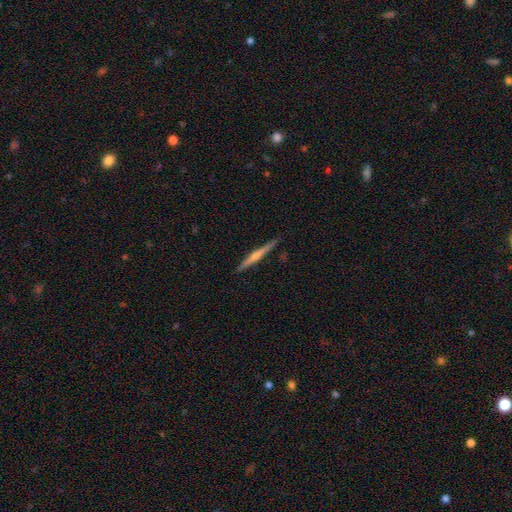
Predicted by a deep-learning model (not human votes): A featured or disk galaxy (77%) viewed edge-on (98%) with a rounded central bulge (80%).

Vote fractions:
- Smooth or featured? featured or disk: 77% / smooth: 18% / star or artifact: 5%
- Edge-on disk? yes: 98% / no: 2%
- Edge-on bulge? rounded: 80% / none: 13% / boxy: 7%
- Merging? none: 92% / minor disturbance: 6% / major disturbance: 1% / merger: 1%